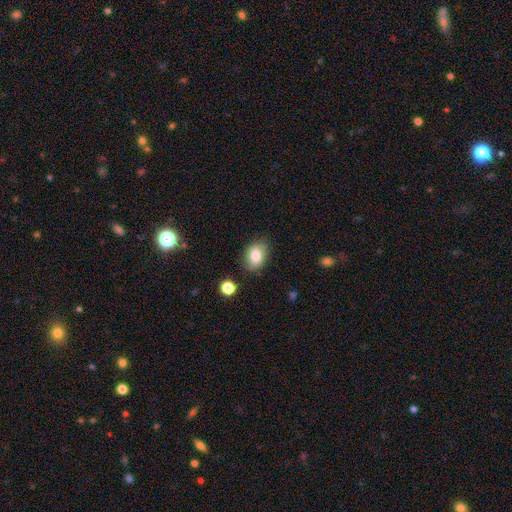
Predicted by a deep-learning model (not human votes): smooth-or-featured: smooth: 82% | featured or disk: 10% | star or artifact: 8%
  how-rounded: in between: 78% | round: 21% | cigar-shaped: 1%
  merging: none: 80% | minor disturbance: 14% | major disturbance: 3% | merger: 2%